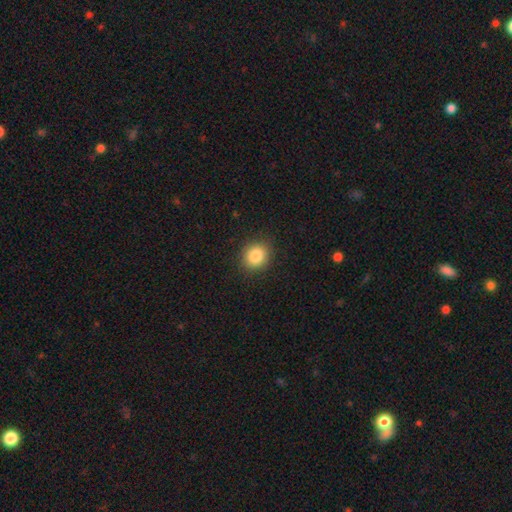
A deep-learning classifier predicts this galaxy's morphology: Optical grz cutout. It shows a smooth galaxy with no disk features (84%) that is round (77%). Merging: none (90%).